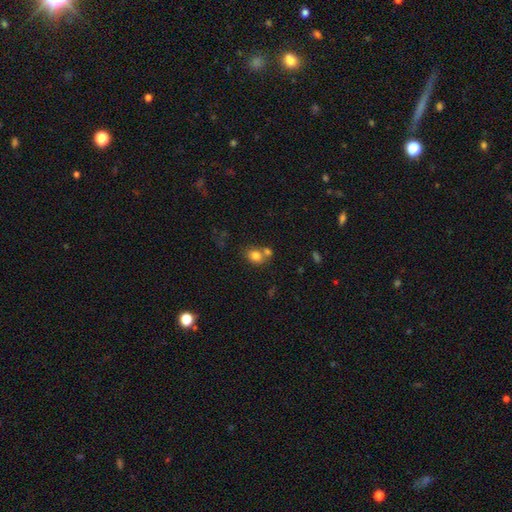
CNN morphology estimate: Overall: smooth (80%). How rounded: round (53%; in between 46%). Merging: none (52%; merger 34%).